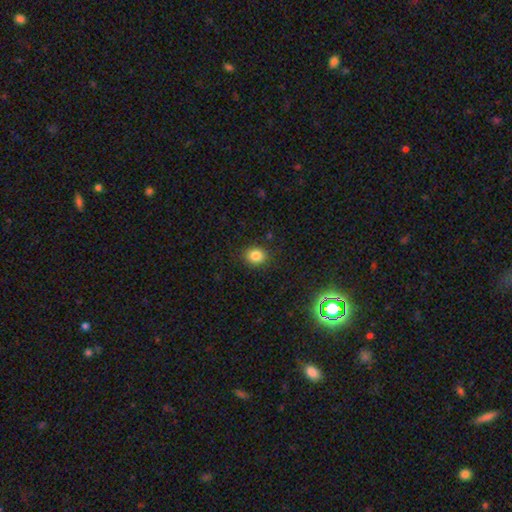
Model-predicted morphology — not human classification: Overall: smooth (83%). How rounded: round (67%; in between 32%). Merging: none (88%).